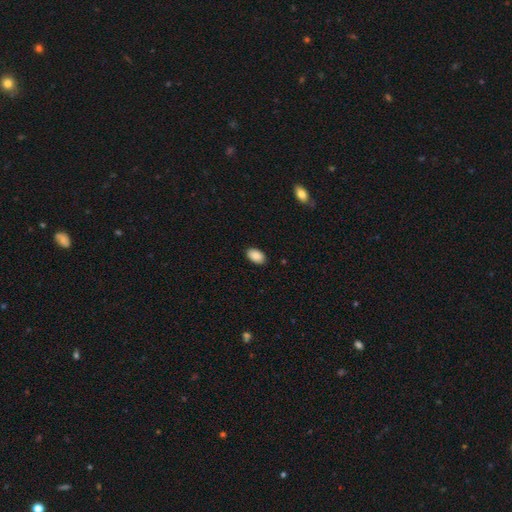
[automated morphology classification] A smooth galaxy with no disk features (89%) that is in between round and cigar-shaped (93%).

Vote fractions:
- Smooth or featured? smooth: 89% / star or artifact: 7% / featured or disk: 4%
- How rounded? in between: 93% / round: 6% / cigar-shaped: 1%
- Merging? none: 89% / minor disturbance: 8% / major disturbance: 2% / merger: 1%